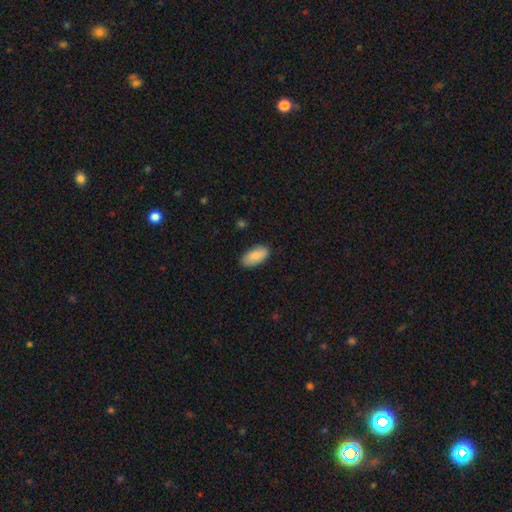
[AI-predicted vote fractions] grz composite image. It shows a smooth galaxy with no disk features (88%) that is in between round and cigar-shaped (93%). Merging: none (86%).